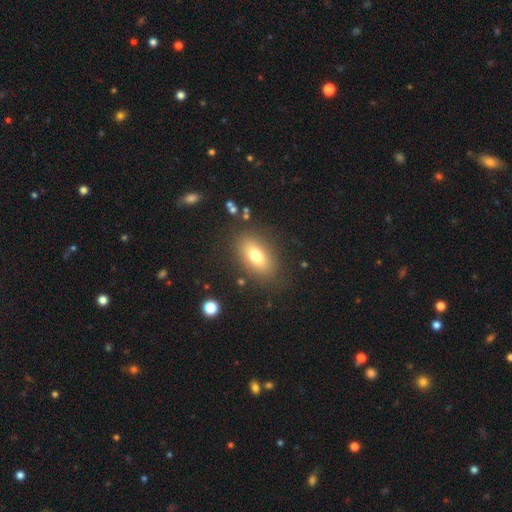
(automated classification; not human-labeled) Smooth or featured? smooth (73%)
How rounded? in between (86%)
Merging? none (82%)